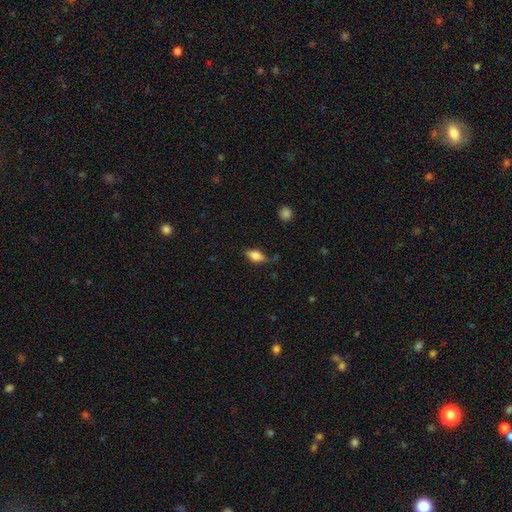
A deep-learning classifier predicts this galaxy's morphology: smooth 72%, featured or disk 20%, star or artifact 8%. Down the decision tree: how rounded — in between (84%); merging — none (70%).